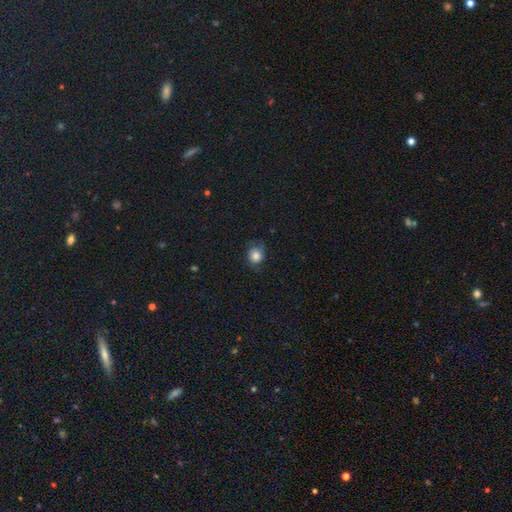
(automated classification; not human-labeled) smooth_or_featured: smooth (p=0.79) [alt: featured or disk p=0.11]
how_rounded: round (p=0.77) [alt: in between p=0.22]
merging: none (p=0.65) [alt: minor disturbance p=0.24]